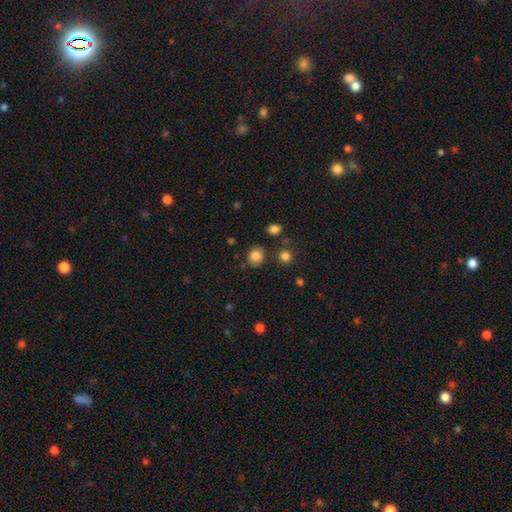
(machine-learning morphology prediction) A smooth galaxy with no disk features (83%) that is round (65%).

Vote fractions:
- Smooth or featured? smooth: 83% / star or artifact: 11% / featured or disk: 6%
- How rounded? round: 65% / in between: 34% / cigar-shaped: 1%
- Merging? none: 79% / minor disturbance: 13% / merger: 4% / major disturbance: 4%